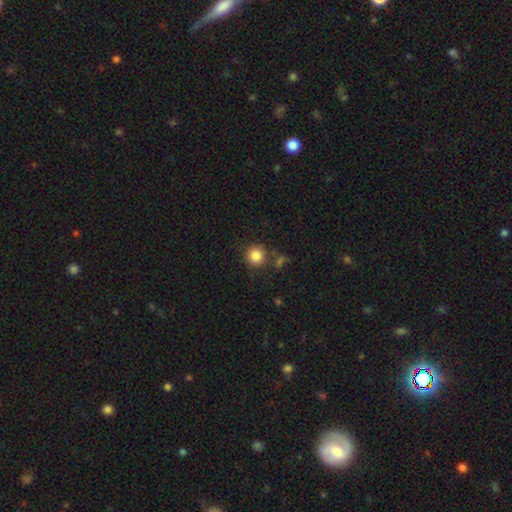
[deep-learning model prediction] Smooth or featured?
  - smooth: 85% *
  - star or artifact: 10%
  - featured or disk: 5%
How rounded?
  - round: 93% *
  - in between: 6%
  - cigar-shaped: 1%
Merging?
  - none: 80% *
  - minor disturbance: 10%
  - merger: 7%
  - major disturbance: 3%